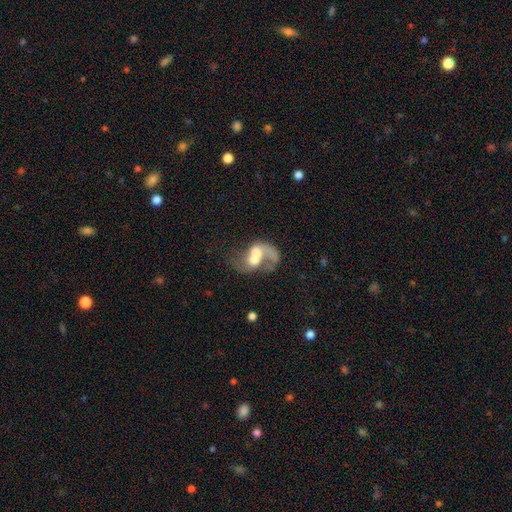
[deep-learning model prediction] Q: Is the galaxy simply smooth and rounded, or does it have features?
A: featured or disk — 65%.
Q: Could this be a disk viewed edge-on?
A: no — 97%.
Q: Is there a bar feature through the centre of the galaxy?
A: no — 63%.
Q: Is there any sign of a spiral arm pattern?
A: yes — 73%.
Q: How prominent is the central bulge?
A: moderate — 48%.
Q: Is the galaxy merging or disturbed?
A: merger — 60%.